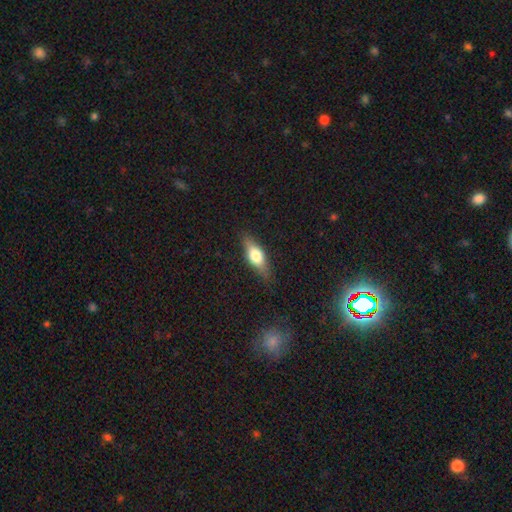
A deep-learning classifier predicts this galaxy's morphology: Smooth or featured? Predicted: smooth (p=0.56). How rounded? Predicted: in between (p=0.60). Merging? Predicted: none (p=0.84).